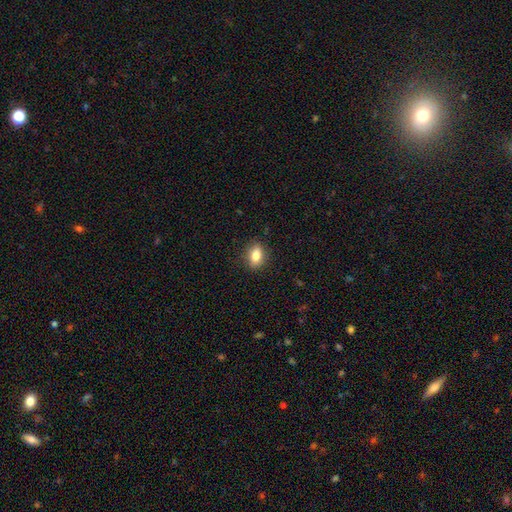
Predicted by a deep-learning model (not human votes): Overall: smooth (81%). How rounded: in between (78%). Merging: none (85%).